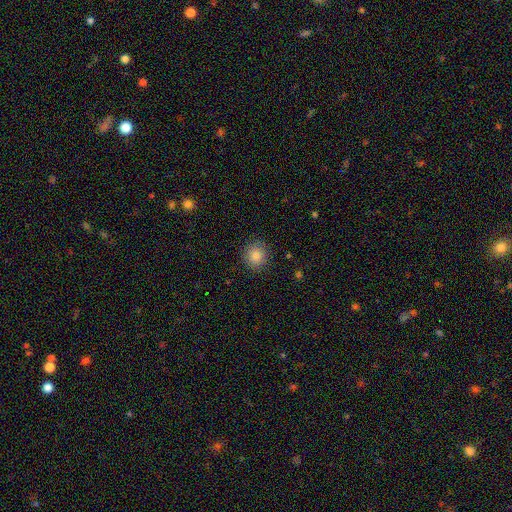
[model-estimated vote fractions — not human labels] Smooth or featured: smooth — 84% (star or artifact — 10%)
How rounded: round — 90% (in between — 9%)
Merging: none — 90% (minor disturbance — 7%)